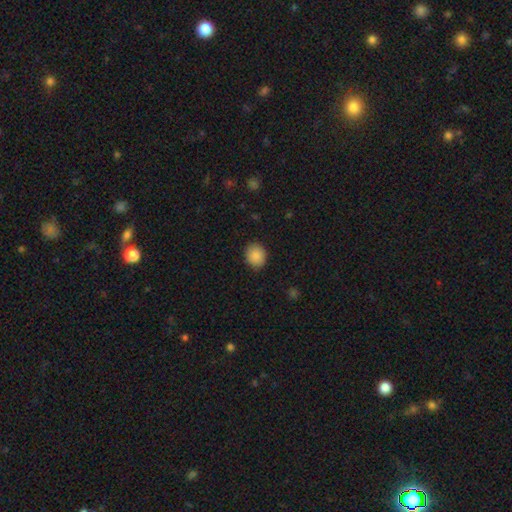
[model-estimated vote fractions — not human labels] Overall: smooth (88%). How rounded: round (64%; in between 35%). Merging: none (88%).